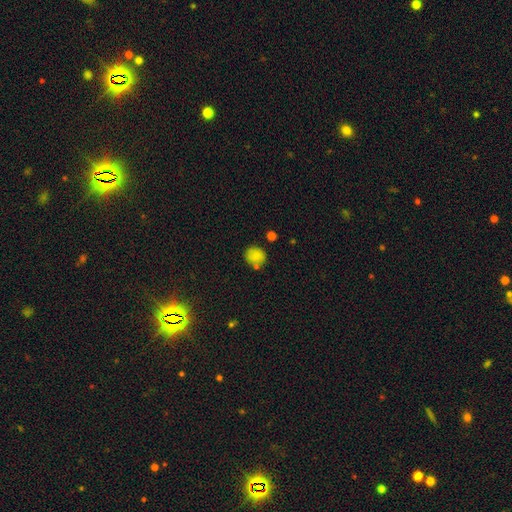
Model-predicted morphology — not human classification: The model was most divided on "merging": none: 69%, minor disturbance: 16%, merger: 11%, major disturbance: 4%. More confident: smooth or featured — smooth (80%); how rounded — round (80%).